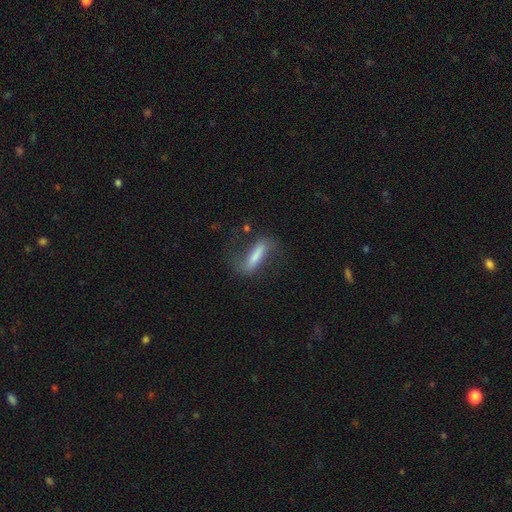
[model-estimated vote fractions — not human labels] Smooth or featured: smooth — 47% (featured or disk — 43%)
Merging: none — 56% (minor disturbance — 21%)